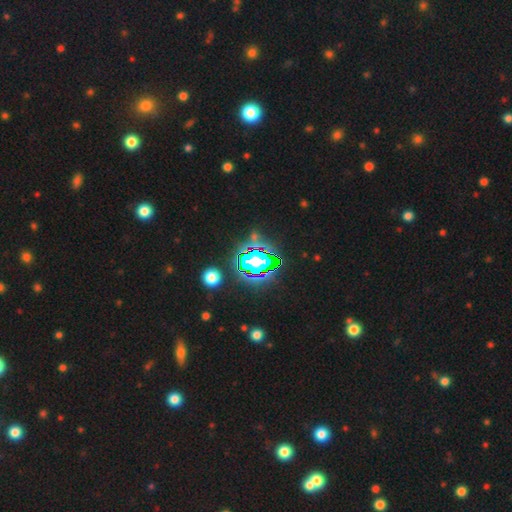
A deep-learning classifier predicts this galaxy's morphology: Smooth or featured?
  - star or artifact: 81% *
  - smooth: 12%
  - featured or disk: 7%